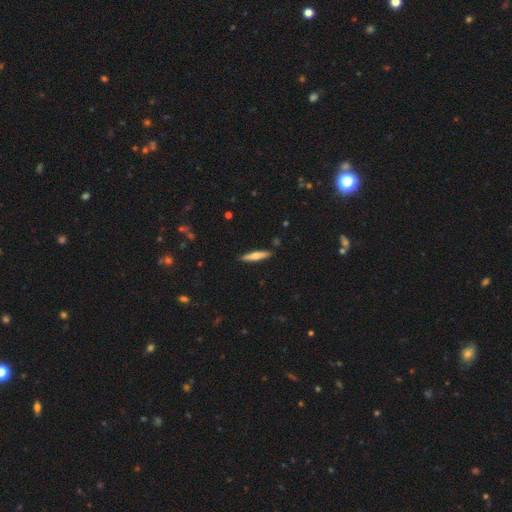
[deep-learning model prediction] Overall: smooth (50%; featured or disk 45%). Merging: none (90%).